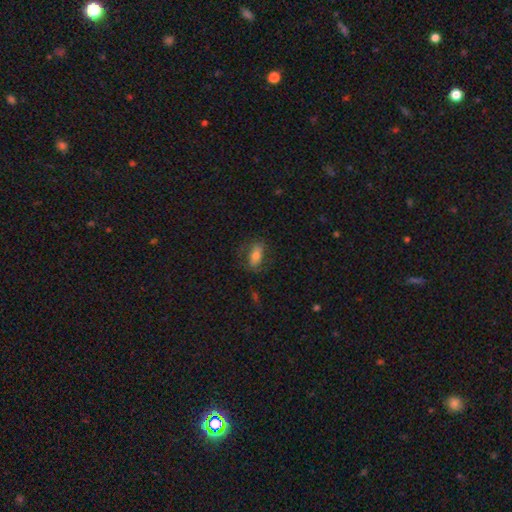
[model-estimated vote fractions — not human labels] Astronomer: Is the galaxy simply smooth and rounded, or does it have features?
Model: smooth — 64%.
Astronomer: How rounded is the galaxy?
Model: in between — 85%.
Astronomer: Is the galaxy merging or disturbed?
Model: none — 69%.